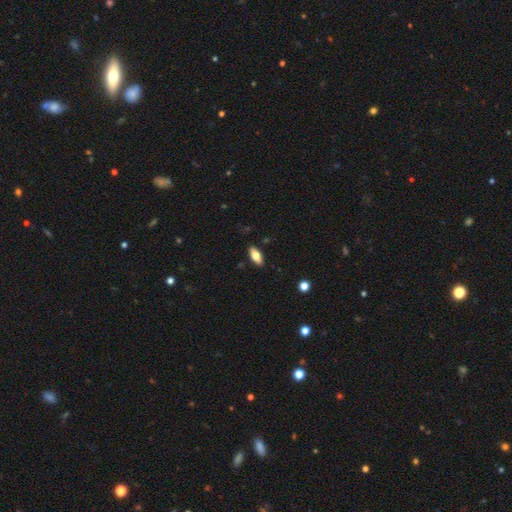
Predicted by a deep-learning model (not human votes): Q: Smooth or featured?
A: smooth (74%); runner-up: featured or disk (20%)
Q: How rounded?
A: in between (85%); runner-up: cigar-shaped (13%)
Q: Merging?
A: none (88%); runner-up: minor disturbance (9%)